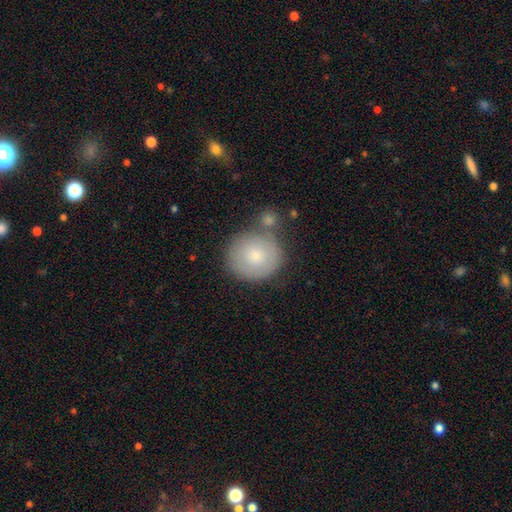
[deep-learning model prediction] This is likely a smooth galaxy (73%). How rounded: clearly round (89%). Merging: likely none (68%).